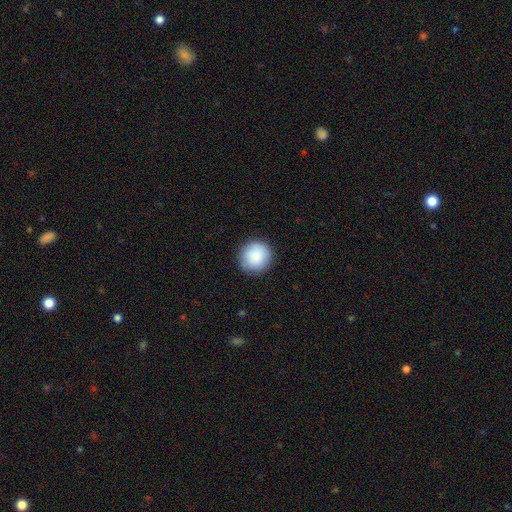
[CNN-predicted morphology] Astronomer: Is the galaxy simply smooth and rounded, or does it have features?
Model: smooth — 88%.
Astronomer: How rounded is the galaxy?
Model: round — 93%.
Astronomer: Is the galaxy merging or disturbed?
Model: none — 89%.